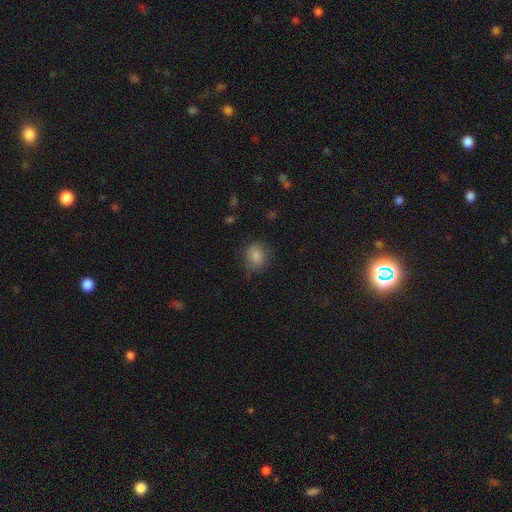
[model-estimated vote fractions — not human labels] This is clearly a smooth galaxy (83%). How rounded: likely round (62%). Merging: likely none (68%).